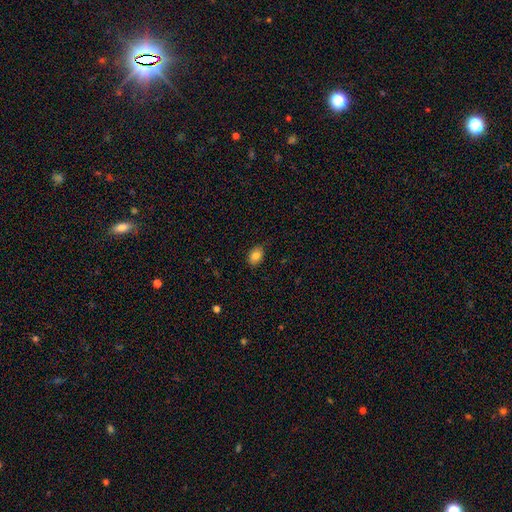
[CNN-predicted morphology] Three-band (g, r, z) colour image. It shows a smooth galaxy with no disk features (84%) that is in between round and cigar-shaped (76%). Merging: none (81%).